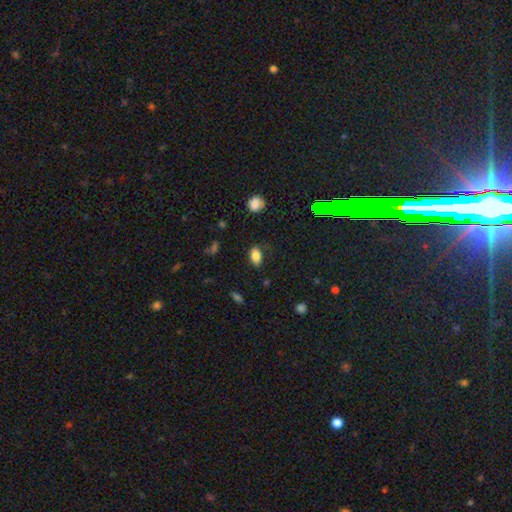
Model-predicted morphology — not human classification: Overall: smooth (84%). How rounded: in between (88%). Merging: none (76%).